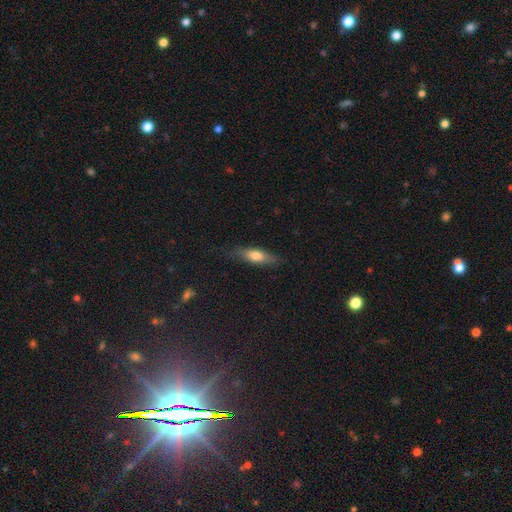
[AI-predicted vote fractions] Morphology: type=smooth (67%); roundness=cigar-shaped (51%); merging=none (77%).